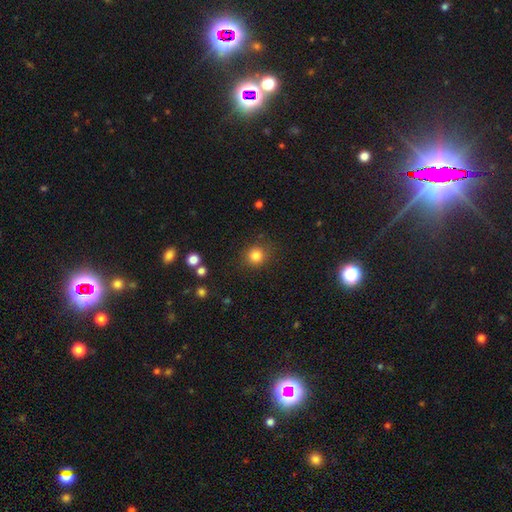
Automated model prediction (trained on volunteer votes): smooth_or_featured: smooth (p=0.82) [alt: star or artifact p=0.13]
how_rounded: round (p=0.88) [alt: in between p=0.11]
merging: none (p=0.86) [alt: minor disturbance p=0.09]